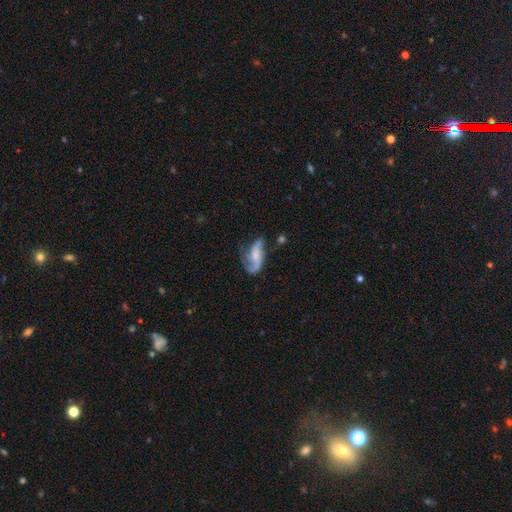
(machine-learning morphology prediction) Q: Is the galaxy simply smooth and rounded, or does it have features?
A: featured or disk — 73%.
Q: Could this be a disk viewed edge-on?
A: no — 95%.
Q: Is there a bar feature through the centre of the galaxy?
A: no — 53%.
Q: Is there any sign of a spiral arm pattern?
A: yes — 91%.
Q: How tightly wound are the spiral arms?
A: loose — 55%.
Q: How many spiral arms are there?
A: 2 — 72%.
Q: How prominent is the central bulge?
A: small — 37%.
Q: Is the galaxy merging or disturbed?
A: none — 45%.